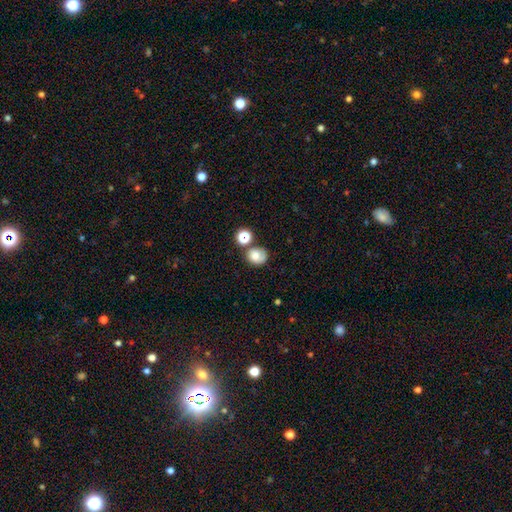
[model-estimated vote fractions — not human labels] A smooth galaxy with no disk features (67%) that is round (69%). Merging: none (50%).